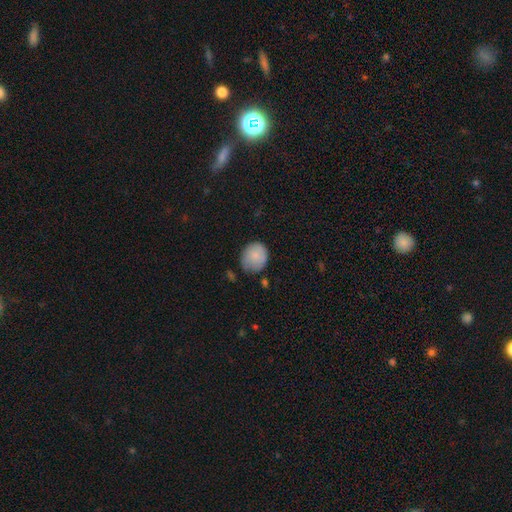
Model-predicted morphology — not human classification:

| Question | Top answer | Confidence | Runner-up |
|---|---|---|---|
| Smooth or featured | smooth | 83% | featured or disk (9%) |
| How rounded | round | 76% | in between (23%) |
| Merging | none | 63% | minor disturbance (28%) |